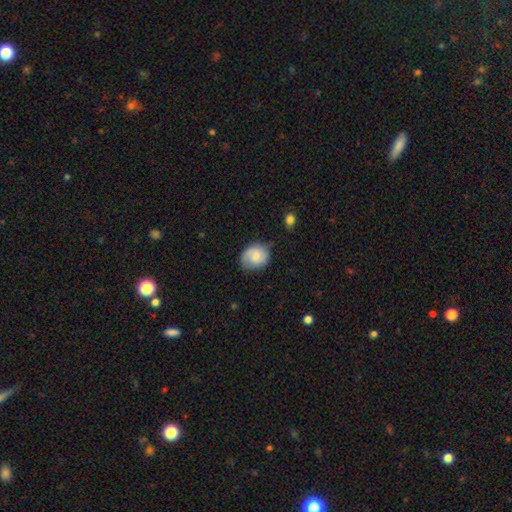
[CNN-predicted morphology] Overall: smooth (57%; featured or disk 36%). How rounded: round (63%; in between 36%). Merging: none (70%).